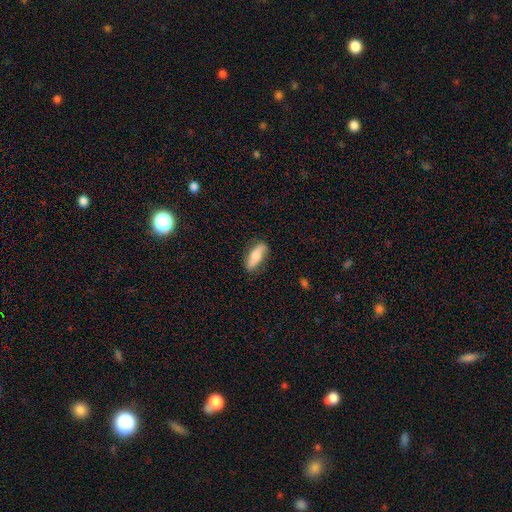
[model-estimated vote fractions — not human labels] A smooth galaxy with no disk features (64%) that is in between round and cigar-shaped (55%). Merging: none (81%).